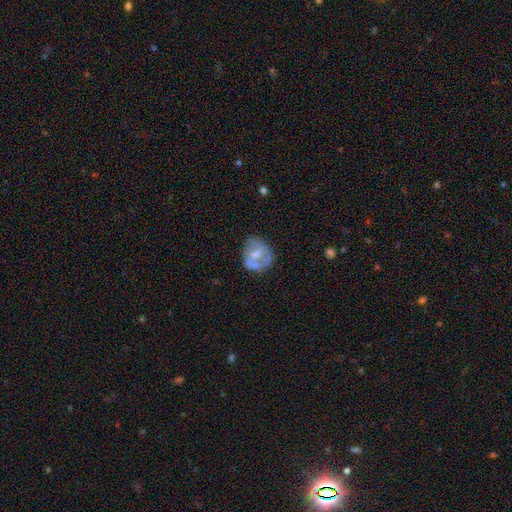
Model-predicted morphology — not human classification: Smooth or featured: featured or disk — 56% (smooth — 36%)
Edge-on disk: no — 97% (yes — 3%)
Bar: no — 46% (weak — 40%)
Spiral arms: no — 53% (yes — 47%)
Bulge size: moderate — 43% (small — 33%)
Merging: none — 53% (minor disturbance — 25%)